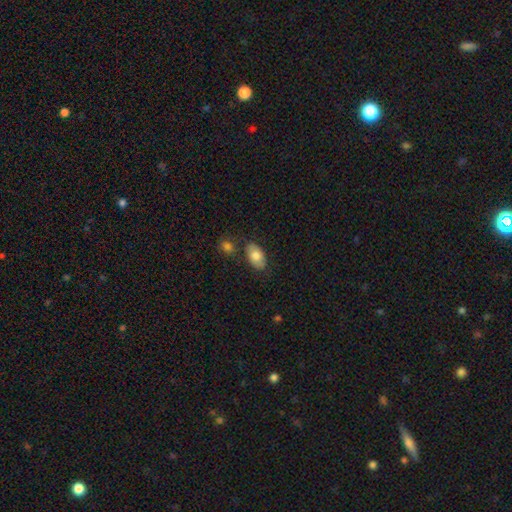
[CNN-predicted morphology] smooth_or_featured: smooth (p=0.77) [alt: featured or disk p=0.17]
how_rounded: in between (p=0.93) [alt: round p=0.05]
merging: none (p=0.74) [alt: minor disturbance p=0.14]